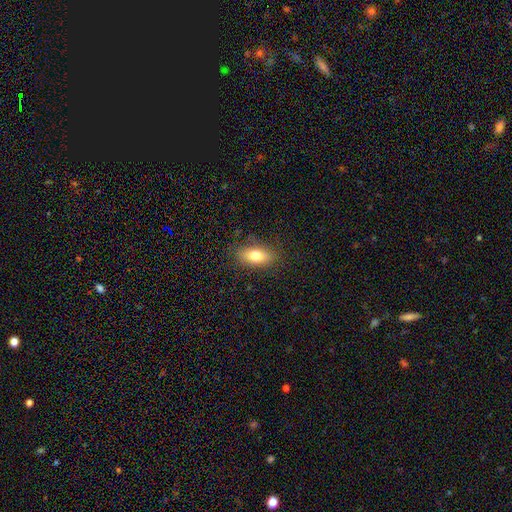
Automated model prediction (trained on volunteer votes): A smooth galaxy with no disk features (75%) that is in between round and cigar-shaped (81%).

Vote fractions:
- Smooth or featured? smooth: 75% / featured or disk: 17% / star or artifact: 8%
- How rounded? in between: 81% / cigar-shaped: 13% / round: 6%
- Merging? none: 84% / minor disturbance: 11% / major disturbance: 3% / merger: 1%